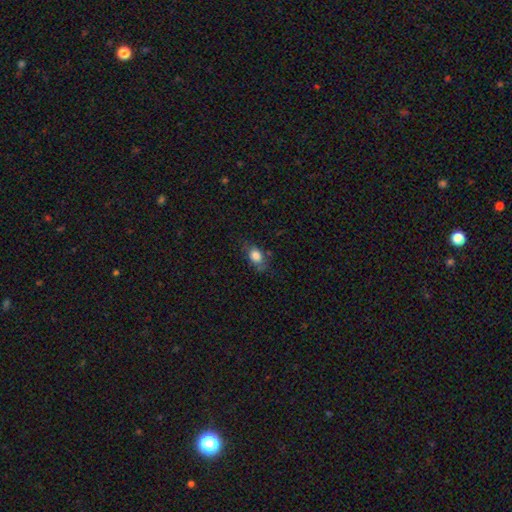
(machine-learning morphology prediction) This appears to be a smooth galaxy with no disk features (81%) that is in between round and cigar-shaped (74%). Merging: none (65%).